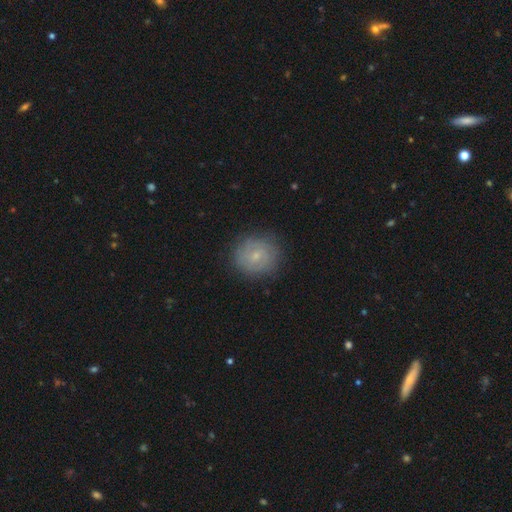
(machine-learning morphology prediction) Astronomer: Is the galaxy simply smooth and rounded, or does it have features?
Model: featured or disk — 49% (runner-up: smooth, 42%).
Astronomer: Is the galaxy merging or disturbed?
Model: none — 84%.